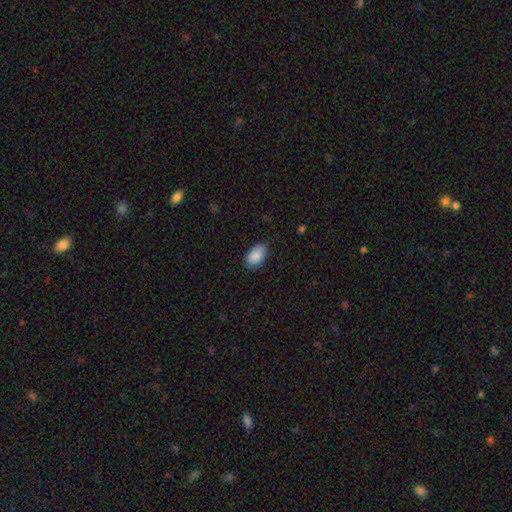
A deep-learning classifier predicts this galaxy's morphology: Smooth or featured? smooth (86%)
How rounded? in between (93%)
Merging? none (75%)